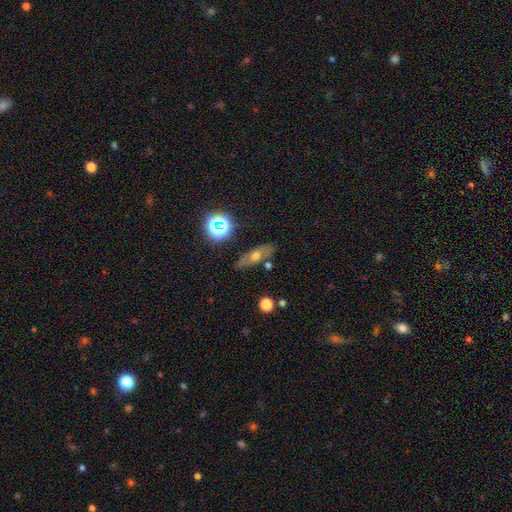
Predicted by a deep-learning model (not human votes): Smooth or featured?
  - smooth: 49% *
  - featured or disk: 35%
  - star or artifact: 16%
Merging?
  - none: 78% *
  - minor disturbance: 14%
  - merger: 5%
  - major disturbance: 4%